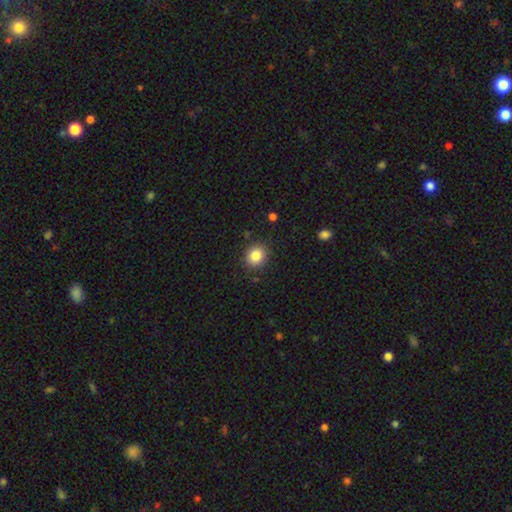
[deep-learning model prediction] Smooth or featured? Predicted: smooth (p=0.84). How rounded? Predicted: round (p=0.81). Merging? Predicted: none (p=0.87).